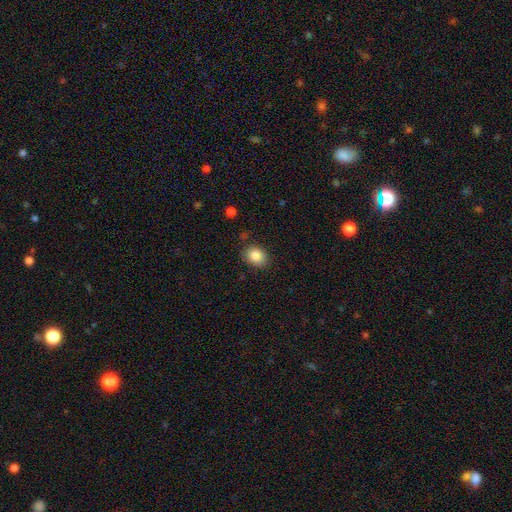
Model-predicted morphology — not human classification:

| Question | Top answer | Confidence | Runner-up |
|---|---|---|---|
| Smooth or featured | smooth | 86% | star or artifact (9%) |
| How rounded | in between | 55% | round (44%) |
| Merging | none | 82% | minor disturbance (13%) |